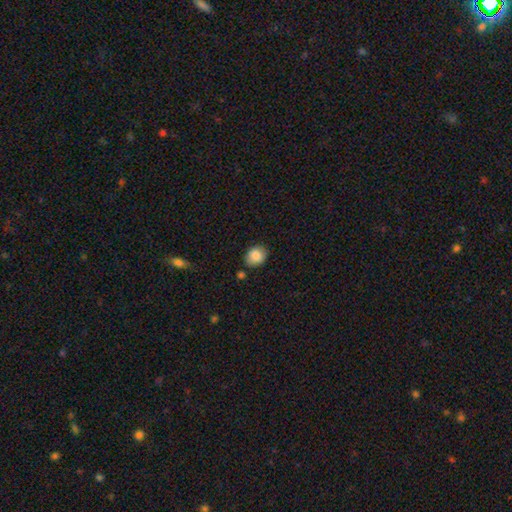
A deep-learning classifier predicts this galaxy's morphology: type=smooth (86%); roundness=round (52%); merging=none (79%).